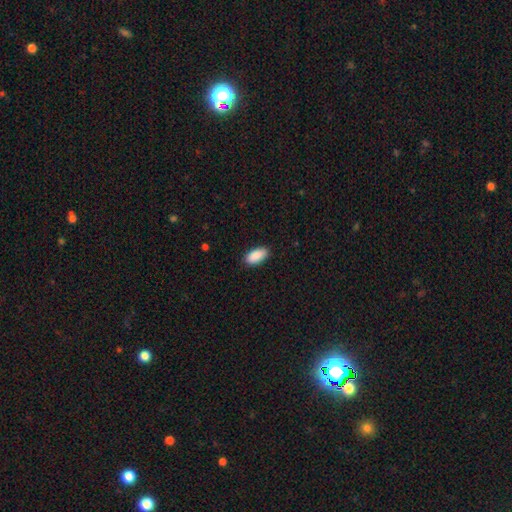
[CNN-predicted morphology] smooth-or-featured: smooth: 91% | star or artifact: 6% | featured or disk: 3%
  how-rounded: in between: 93% | cigar-shaped: 5% | round: 2%
  merging: none: 88% | minor disturbance: 9% | major disturbance: 2% | merger: 1%